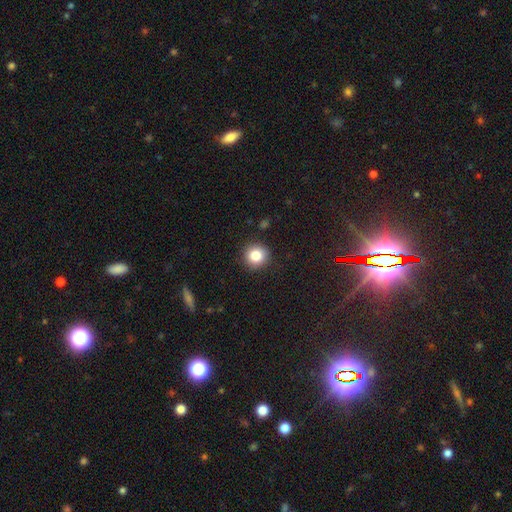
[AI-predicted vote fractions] A smooth galaxy with no disk features (84%) that is round (91%).

Vote fractions:
- Smooth or featured? smooth: 84% / star or artifact: 10% / featured or disk: 6%
- How rounded? round: 91% / in between: 8% / cigar-shaped: 1%
- Merging? none: 90% / minor disturbance: 7% / major disturbance: 2% / merger: 1%